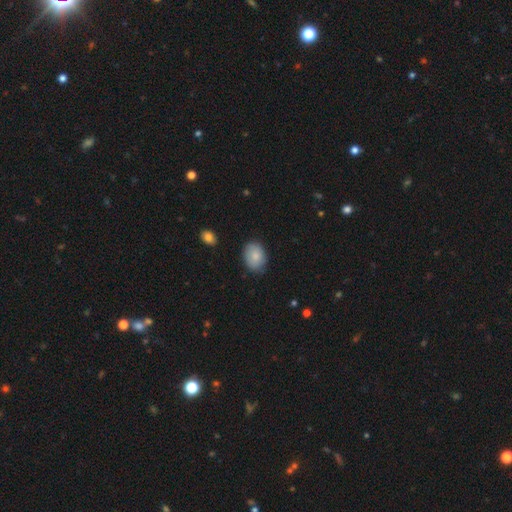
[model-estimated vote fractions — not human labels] Q: Smooth or featured?
A: smooth (83%); runner-up: featured or disk (10%)
Q: How rounded?
A: in between (69%); runner-up: round (30%)
Q: Merging?
A: none (80%); runner-up: minor disturbance (16%)